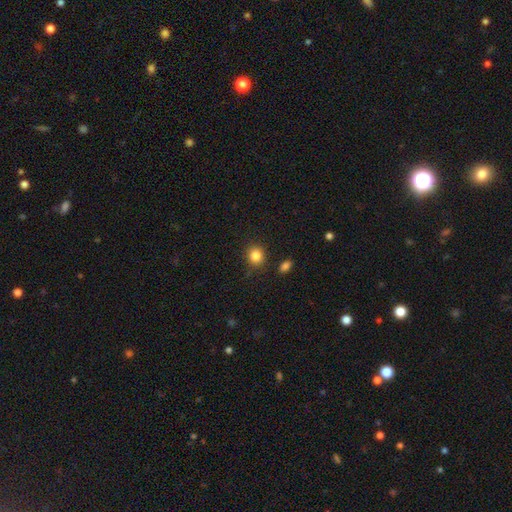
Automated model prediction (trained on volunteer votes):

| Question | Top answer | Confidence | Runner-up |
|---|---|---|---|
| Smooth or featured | smooth | 85% | star or artifact (11%) |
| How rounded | round | 81% | in between (18%) |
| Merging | none | 85% | minor disturbance (9%) |